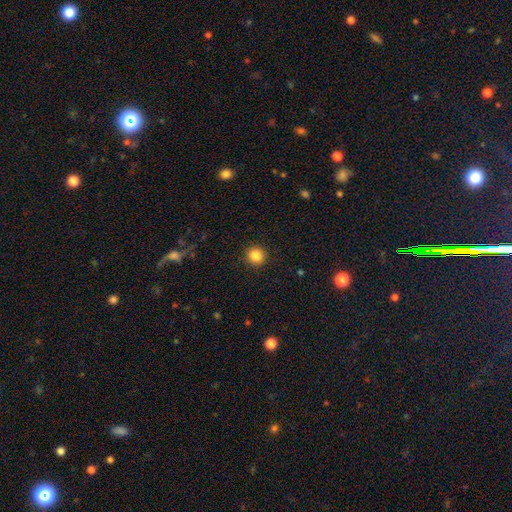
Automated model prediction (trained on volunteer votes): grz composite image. It shows a smooth galaxy with no disk features (85%) that is round (93%). Merging: none (92%).